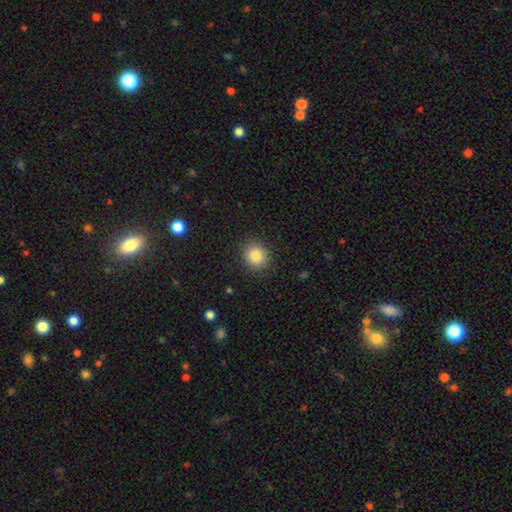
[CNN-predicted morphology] Overall: smooth (84%). How rounded: round (85%). Merging: none (89%).